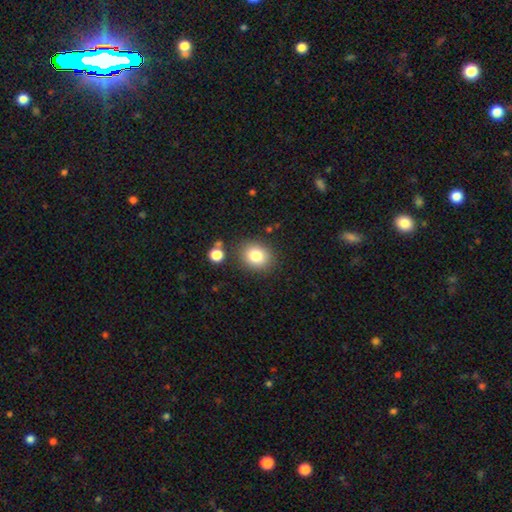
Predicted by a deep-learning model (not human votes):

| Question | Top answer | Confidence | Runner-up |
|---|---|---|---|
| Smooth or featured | smooth | 82% | star or artifact (10%) |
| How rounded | round | 64% | in between (35%) |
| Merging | none | 84% | minor disturbance (9%) |